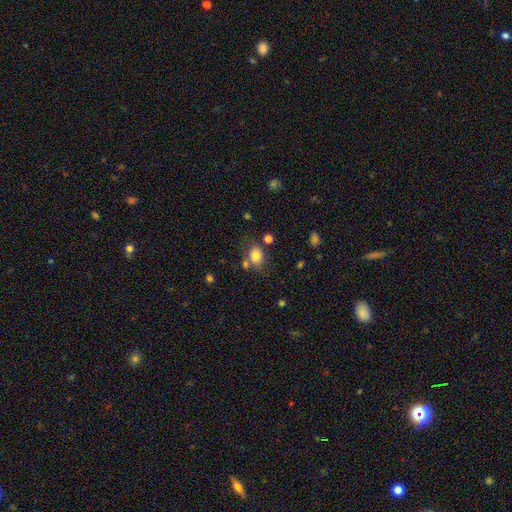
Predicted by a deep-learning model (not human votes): A smooth galaxy with no disk features (79%) that is in between round and cigar-shaped (57%).

Vote fractions:
- Smooth or featured? smooth: 79% / star or artifact: 11% / featured or disk: 10%
- How rounded? in between: 57% / round: 42% / cigar-shaped: 1%
- Merging? none: 64% / minor disturbance: 16% / merger: 14% / major disturbance: 6%